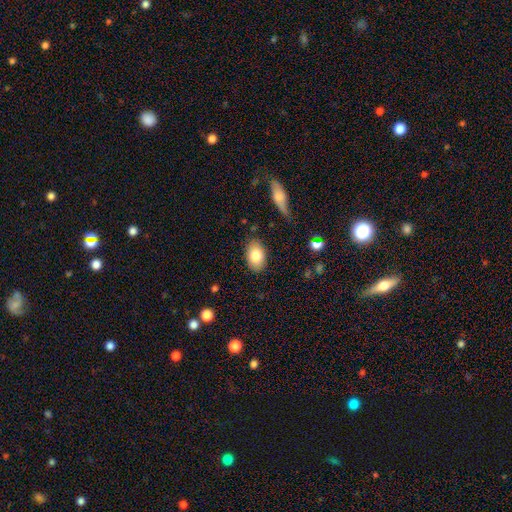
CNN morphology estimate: smooth_or_featured: smooth (p=0.81) [alt: featured or disk p=0.12]
how_rounded: in between (p=0.89) [alt: round p=0.09]
merging: none (p=0.84) [alt: minor disturbance p=0.12]